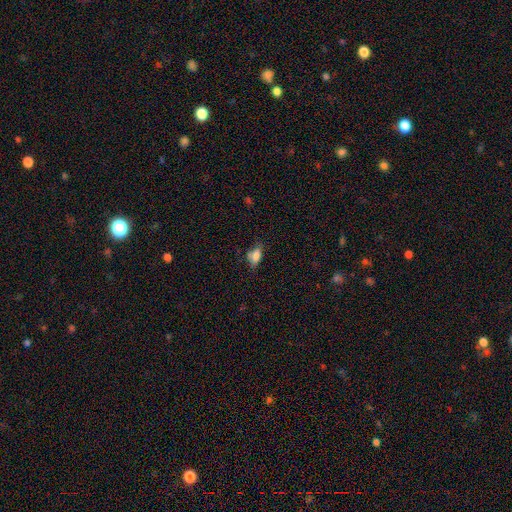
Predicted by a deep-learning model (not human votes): smooth-or-featured: smooth: 73% | star or artifact: 14% | featured or disk: 14%
  how-rounded: in between: 83% | cigar-shaped: 11% | round: 6%
  merging: none: 58% | minor disturbance: 27% | major disturbance: 10% | merger: 6%